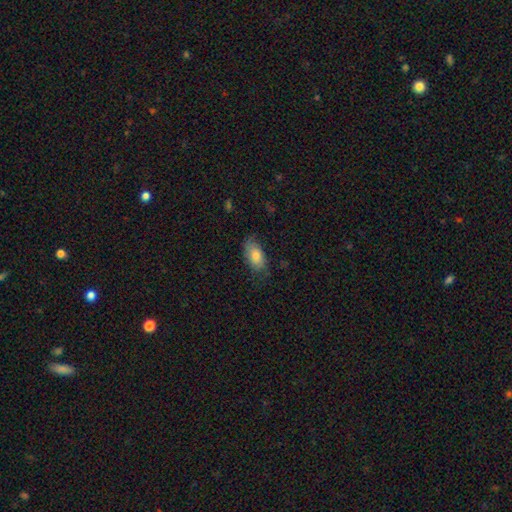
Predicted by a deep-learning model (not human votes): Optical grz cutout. It shows a smooth galaxy with no disk features (73%) that is in between round and cigar-shaped (91%). Merging: none (65%).